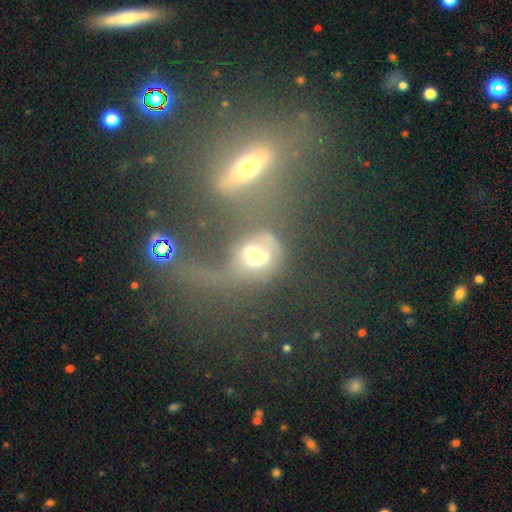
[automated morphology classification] Smooth or featured: smooth — 49% (featured or disk — 33%)
Merging: major disturbance — 38% (none — 25%)